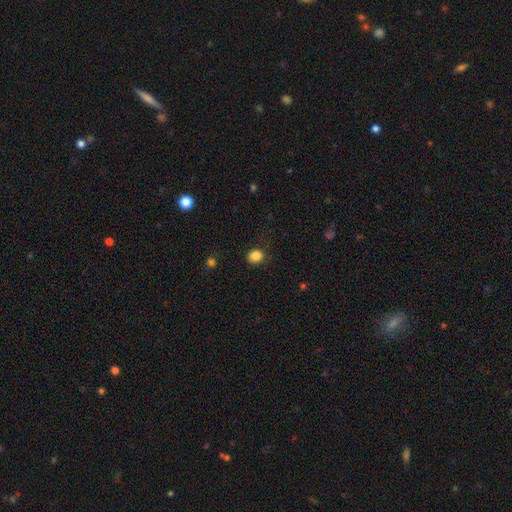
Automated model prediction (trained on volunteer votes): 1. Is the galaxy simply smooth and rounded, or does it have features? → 85% smooth, 11% star or artifact, 4% featured or disk.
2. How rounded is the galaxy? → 71% round, 28% in between, 1% cigar-shaped.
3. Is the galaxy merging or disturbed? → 83% none, 12% minor disturbance, 4% major disturbance, 1% merger.